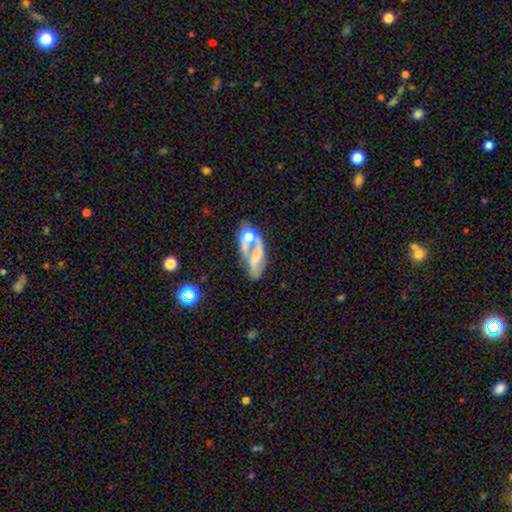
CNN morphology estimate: A featured or disk galaxy (64%) with no bar (42%), spiral arms (72%) and no central bulge (29%, tied with small). Merging: merger (36%).